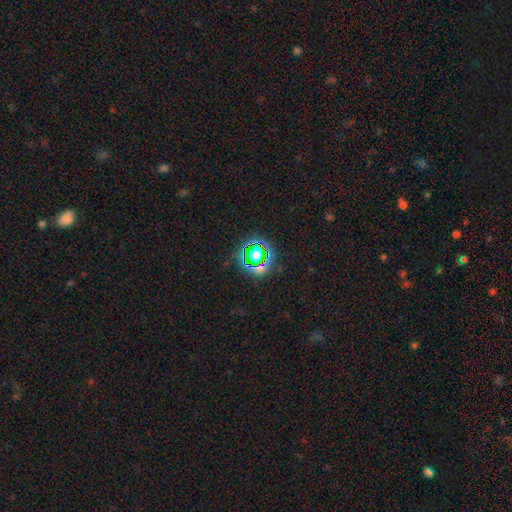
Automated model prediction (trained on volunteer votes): Overall: star or artifact (66%).